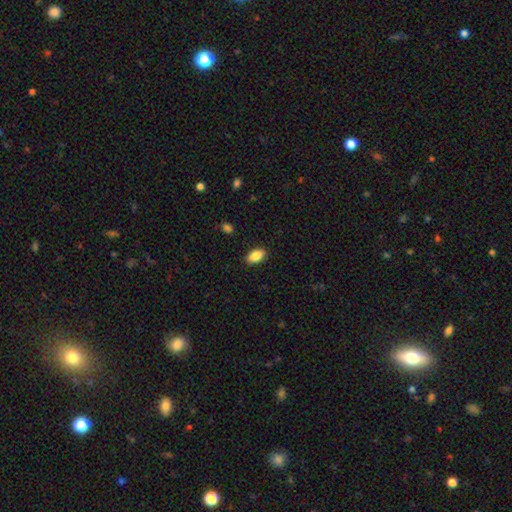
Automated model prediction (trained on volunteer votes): Q: Smooth or featured?
A: smooth (88%); runner-up: star or artifact (7%)
Q: How rounded?
A: in between (93%); runner-up: round (4%)
Q: Merging?
A: none (88%); runner-up: minor disturbance (9%)